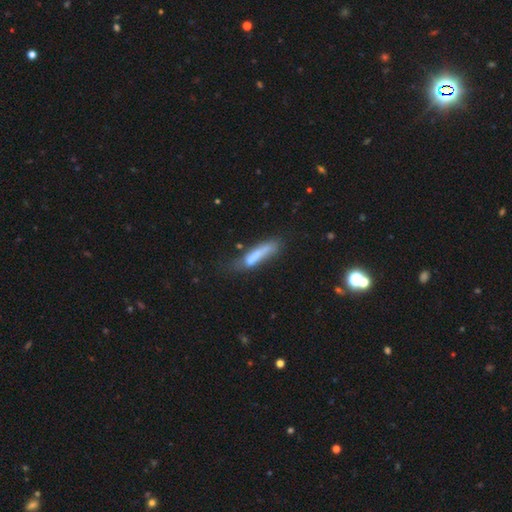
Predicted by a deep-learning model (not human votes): smooth_or_featured: smooth (p=0.67) [alt: featured or disk p=0.25]
how_rounded: cigar-shaped (p=0.82) [alt: in between p=0.16]
merging: none (p=0.44) [alt: minor disturbance p=0.29]